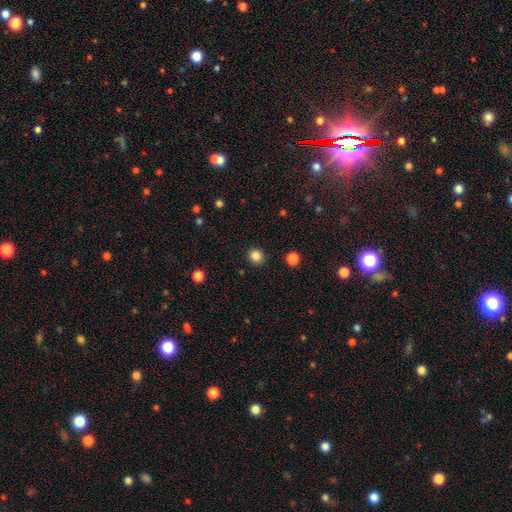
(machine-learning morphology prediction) smooth 85%, star or artifact 12%, featured or disk 3%. Down the decision tree: how rounded — round (91%); merging — none (92%).